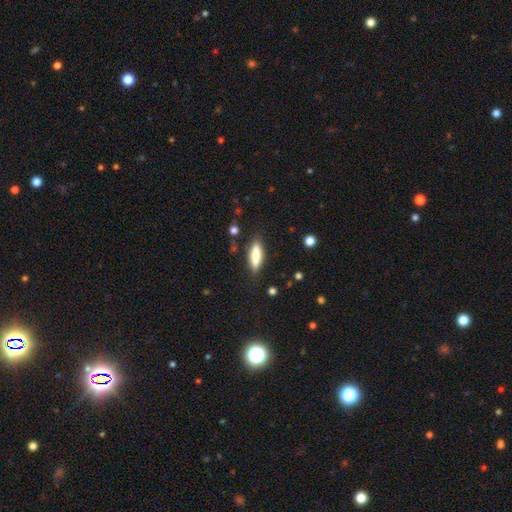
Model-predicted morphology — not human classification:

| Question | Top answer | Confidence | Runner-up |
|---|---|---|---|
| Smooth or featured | smooth | 79% | featured or disk (14%) |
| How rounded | cigar-shaped | 60% | in between (39%) |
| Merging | none | 83% | minor disturbance (12%) |